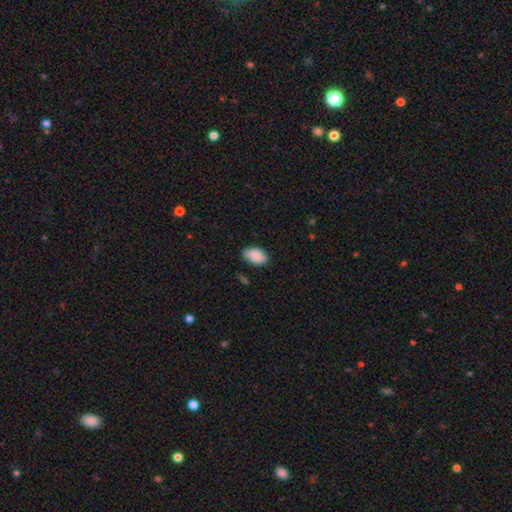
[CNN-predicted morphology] Overall: smooth (88%). How rounded: in between (92%). Merging: none (77%).